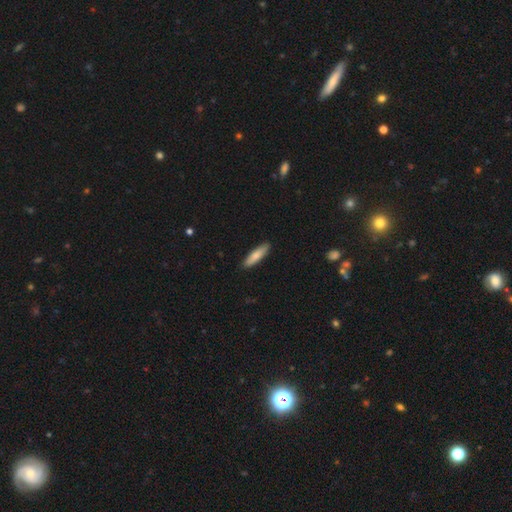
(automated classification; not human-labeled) smooth 80%, featured or disk 15%, star or artifact 5%. Down the decision tree: how rounded — cigar-shaped (70%); merging — none (89%).